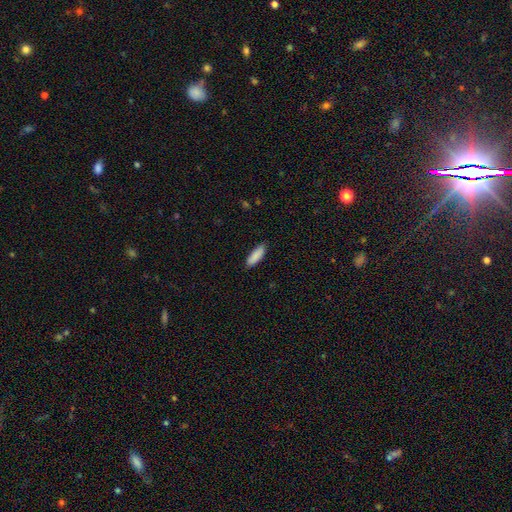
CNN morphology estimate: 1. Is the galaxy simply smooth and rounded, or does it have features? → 89% smooth, 6% star or artifact, 5% featured or disk.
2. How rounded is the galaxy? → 56% in between, 43% cigar-shaped, 1% round.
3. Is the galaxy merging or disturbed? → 86% none, 11% minor disturbance, 2% major disturbance, 1% merger.